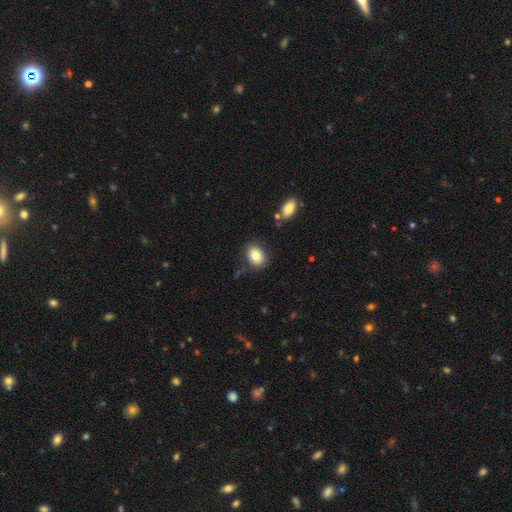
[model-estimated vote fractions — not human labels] This is clearly a smooth galaxy (81%). How rounded: likely in between (70%). Merging: clearly none (81%).